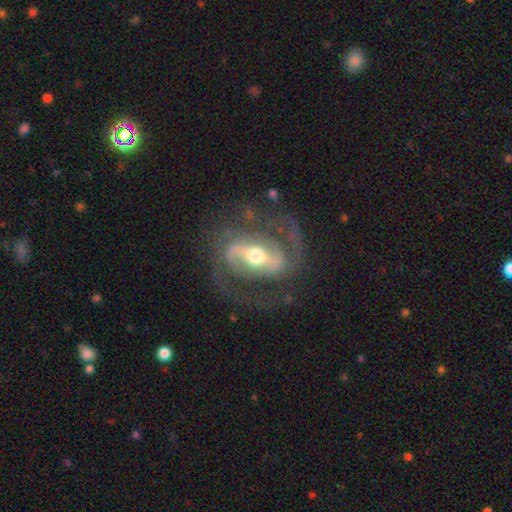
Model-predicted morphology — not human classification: type=featured or disk (88%); edge-on=no (95%); bar=strong (62%); spiral arms=yes (89%); winding=medium (53%); arm count=2 (88%); bulge=moderate (70%); merging=none (69%).